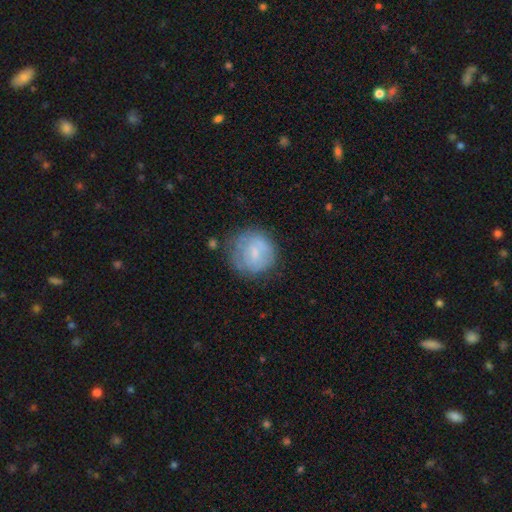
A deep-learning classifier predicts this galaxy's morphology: Smooth or featured?
  - smooth: 56% *
  - featured or disk: 36%
  - star or artifact: 8%
How rounded?
  - round: 90% *
  - in between: 9%
  - cigar-shaped: 1%
Merging?
  - none: 62% *
  - minor disturbance: 22%
  - major disturbance: 13%
  - merger: 3%